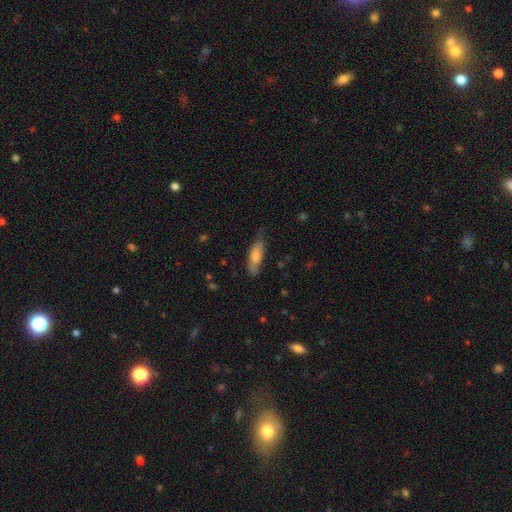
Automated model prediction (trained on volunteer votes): Smooth or featured? Predicted: smooth (p=0.75). How rounded? Predicted: in between (p=0.54). Merging? Predicted: none (p=0.68).